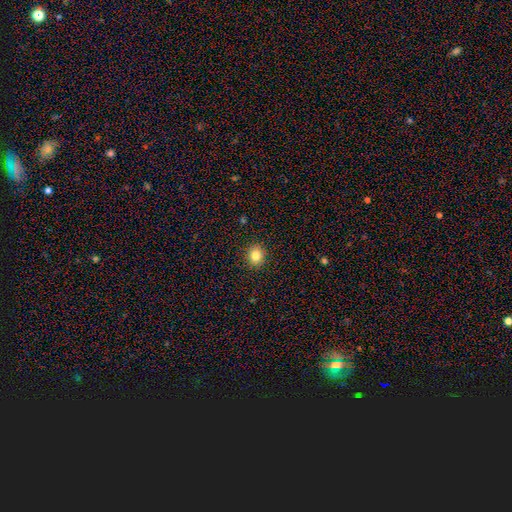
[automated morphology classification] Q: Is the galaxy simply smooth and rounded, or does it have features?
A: smooth — 83%.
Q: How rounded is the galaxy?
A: round — 73%.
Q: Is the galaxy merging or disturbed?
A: none — 91%.